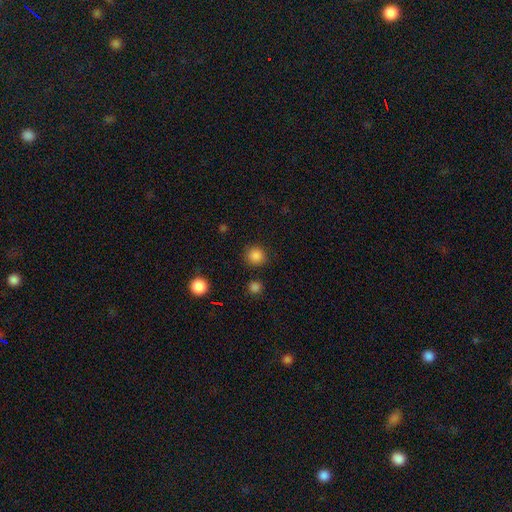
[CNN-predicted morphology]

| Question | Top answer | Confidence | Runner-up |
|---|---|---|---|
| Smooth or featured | smooth | 85% | star or artifact (12%) |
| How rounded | round | 91% | in between (8%) |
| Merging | none | 87% | minor disturbance (8%) |